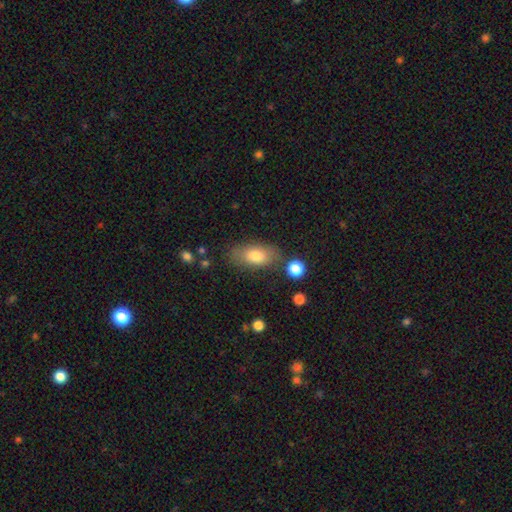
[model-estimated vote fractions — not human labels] This is likely a smooth galaxy (77%). How rounded: clearly in between (88%). Merging: likely none (74%).